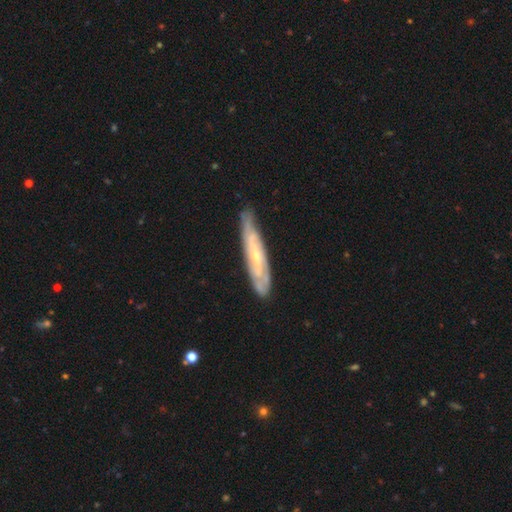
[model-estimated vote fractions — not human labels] Q: Smooth or featured?
A: featured or disk (73%); runner-up: smooth (21%)
Q: Edge-on disk?
A: no (59%); runner-up: yes (41%)
Q: Merging?
A: none (73%); runner-up: minor disturbance (21%)